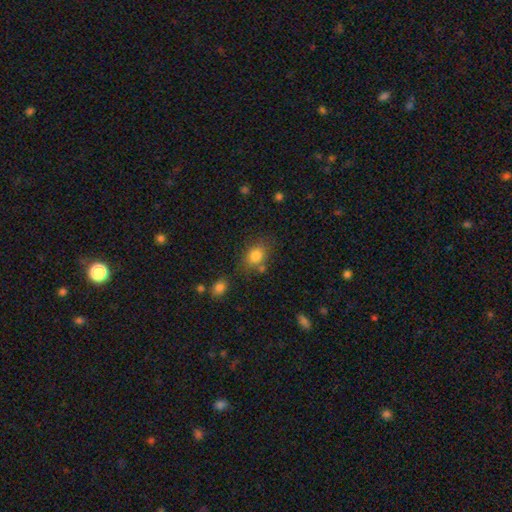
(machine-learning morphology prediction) Overall: smooth (82%). How rounded: in between (59%; round 40%). Merging: none (68%).